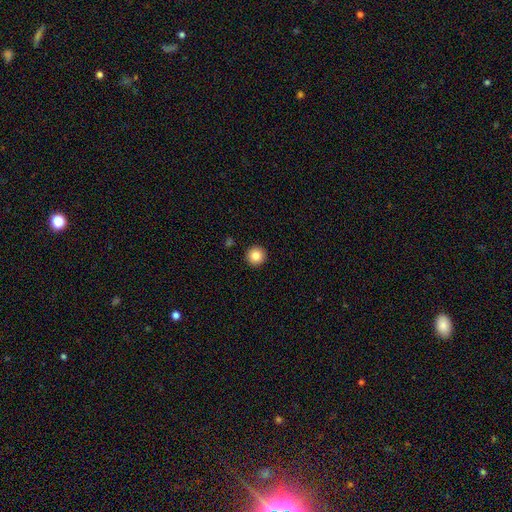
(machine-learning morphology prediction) A smooth galaxy with no disk features (84%) that is round (96%). Merging: none (93%).